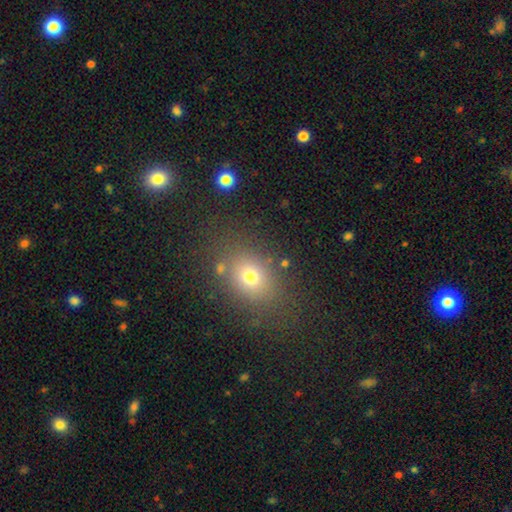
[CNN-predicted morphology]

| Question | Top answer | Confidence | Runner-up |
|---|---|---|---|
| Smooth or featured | smooth | 66% | star or artifact (23%) |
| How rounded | in between | 58% | round (41%) |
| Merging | none | 83% | minor disturbance (9%) |